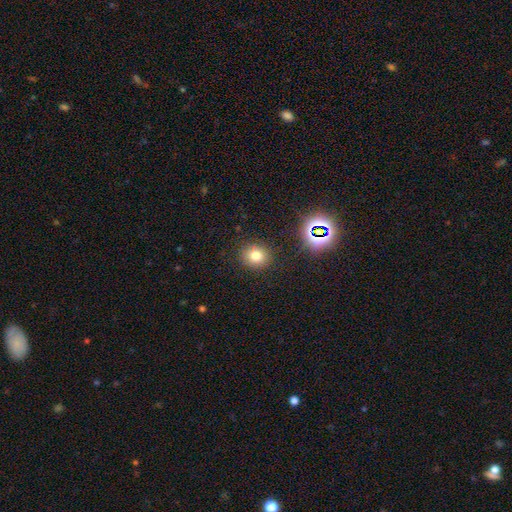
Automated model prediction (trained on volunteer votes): A smooth galaxy with no disk features (75%) that is round (79%). Merging: none (88%).